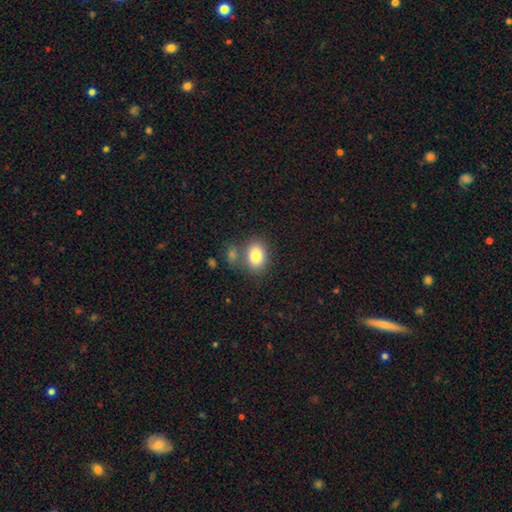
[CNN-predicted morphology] A smooth galaxy with no disk features (82%) that is in between round and cigar-shaped (70%).

Vote fractions:
- Smooth or featured? smooth: 82% / featured or disk: 10% / star or artifact: 9%
- How rounded? in between: 70% / round: 29% / cigar-shaped: 1%
- Merging? none: 63% / merger: 19% / minor disturbance: 13% / major disturbance: 5%